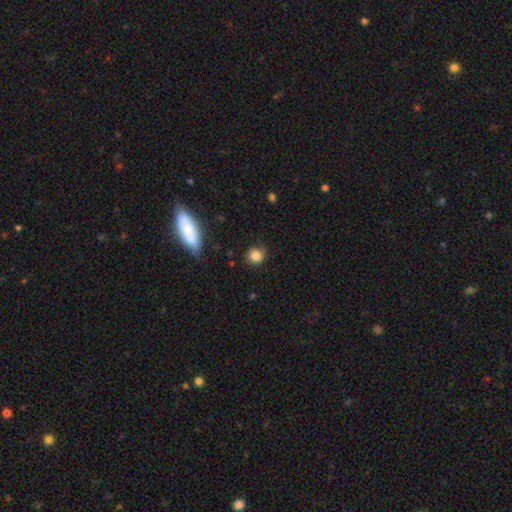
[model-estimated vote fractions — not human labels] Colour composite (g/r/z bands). It shows a smooth galaxy with no disk features (84%) that is round (87%). Merging: none (80%).